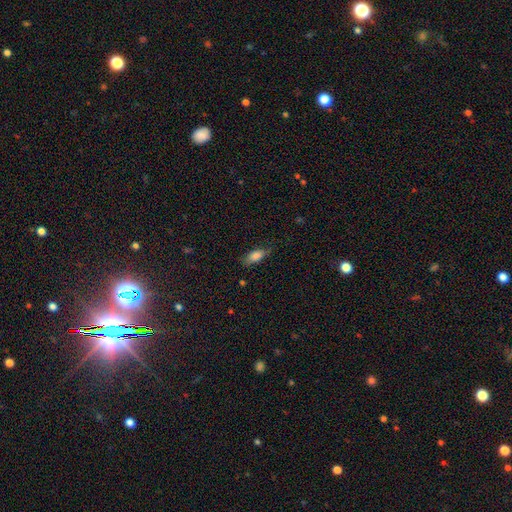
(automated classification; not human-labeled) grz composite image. It shows a smooth galaxy with no disk features (78%) that is in between round and cigar-shaped (77%). Merging: none (70%).